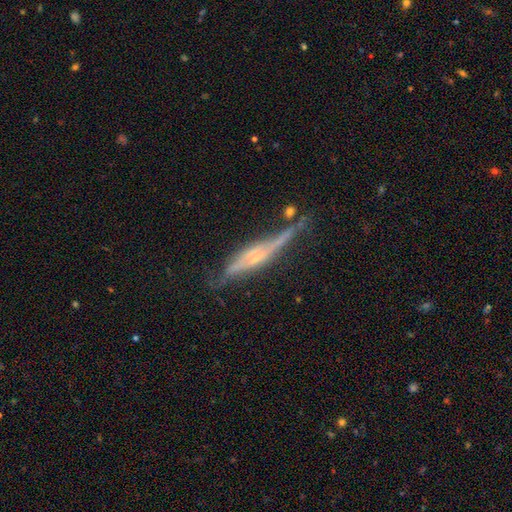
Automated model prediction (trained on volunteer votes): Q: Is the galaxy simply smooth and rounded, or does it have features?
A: featured or disk — 72%.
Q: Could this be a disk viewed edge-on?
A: yes — 89%.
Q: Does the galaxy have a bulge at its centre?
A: rounded — 50%.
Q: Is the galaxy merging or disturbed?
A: none — 55%.